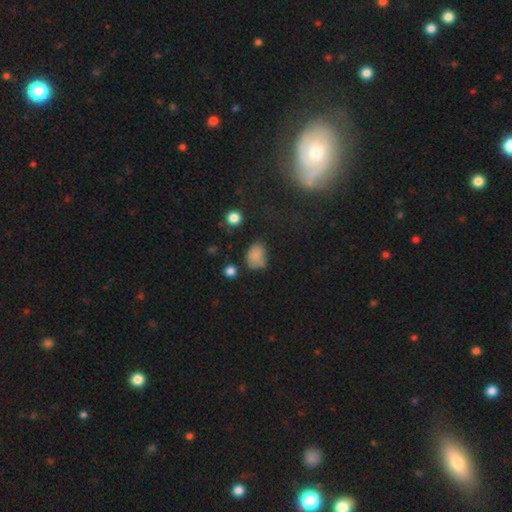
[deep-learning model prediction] Morphology: type=smooth (78%); roundness=in between (70%); merging=none (45%).